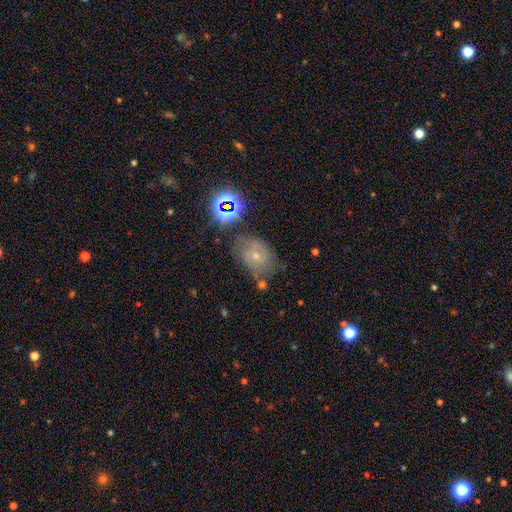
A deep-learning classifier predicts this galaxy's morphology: The model was most divided on "smooth or featured": featured or disk: 47%, smooth: 28%, star or artifact: 25%. More confident: merging — none (61%).